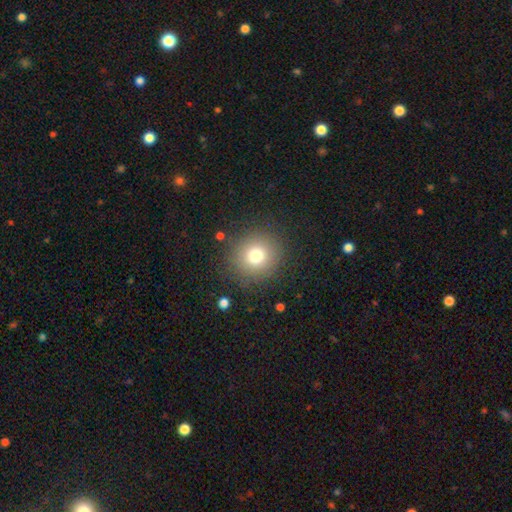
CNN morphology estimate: type=smooth (76%); roundness=round (91%); merging=none (86%).